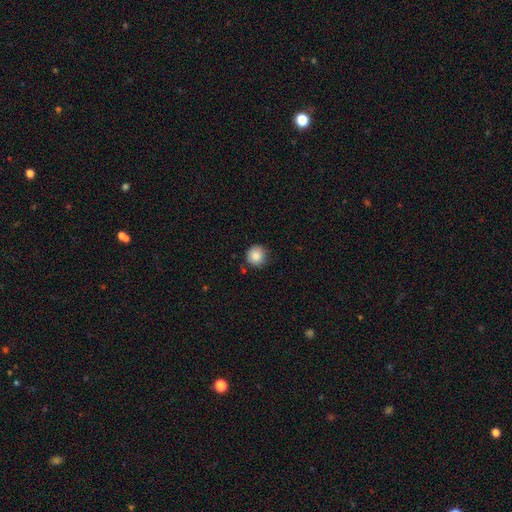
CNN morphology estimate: The model was most divided on "merging": none: 83%, minor disturbance: 12%, merger: 3%, major disturbance: 2%. More confident: how rounded — round (94%); smooth or featured — smooth (87%).